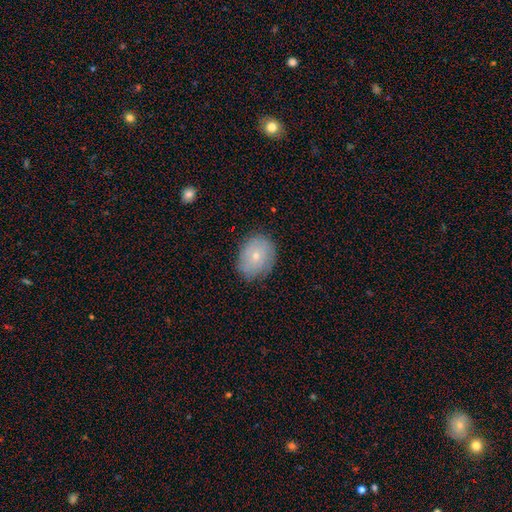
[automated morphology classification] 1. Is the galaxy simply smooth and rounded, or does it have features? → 60% smooth, 31% featured or disk, 9% star or artifact.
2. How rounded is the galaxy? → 57% in between, 42% round, 1% cigar-shaped.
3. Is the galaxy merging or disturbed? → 80% none, 16% minor disturbance, 4% major disturbance, 1% merger.